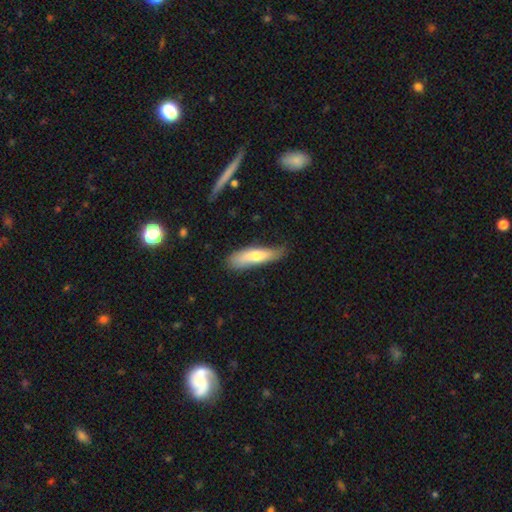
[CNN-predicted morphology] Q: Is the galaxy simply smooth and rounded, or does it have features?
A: smooth — 66%.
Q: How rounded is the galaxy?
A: cigar-shaped — 65%.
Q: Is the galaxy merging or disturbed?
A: none — 65%.